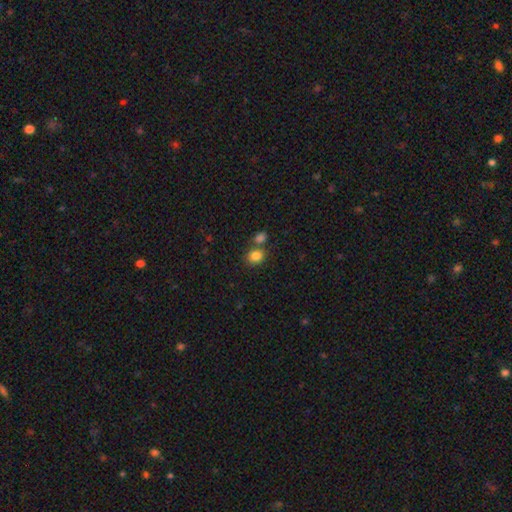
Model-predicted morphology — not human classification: Smooth or featured?
  - smooth: 84% *
  - star or artifact: 10%
  - featured or disk: 5%
How rounded?
  - round: 60% *
  - in between: 39%
  - cigar-shaped: 1%
Merging?
  - none: 60% *
  - merger: 26%
  - minor disturbance: 10%
  - major disturbance: 3%